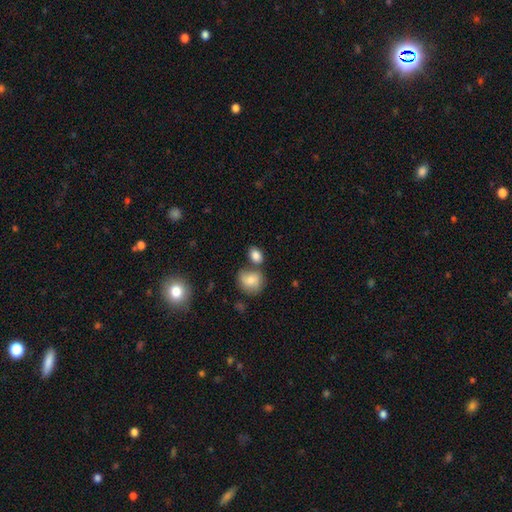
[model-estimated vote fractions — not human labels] Smooth or featured? smooth (84%)
How rounded? in between (69%)
Merging? none (57%)